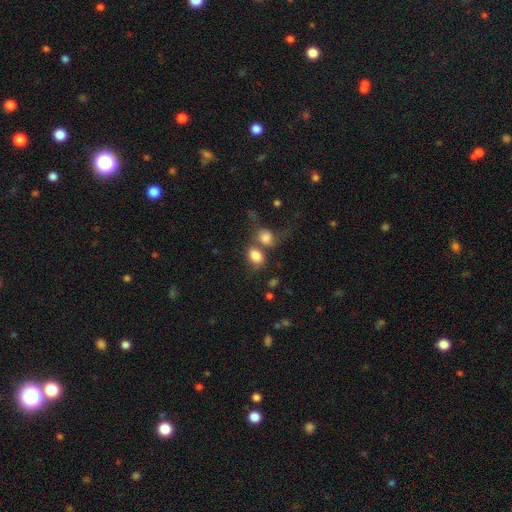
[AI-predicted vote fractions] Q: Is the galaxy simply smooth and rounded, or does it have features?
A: smooth — 82%.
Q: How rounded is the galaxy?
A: in between — 71%.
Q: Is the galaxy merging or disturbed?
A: merger — 48%.